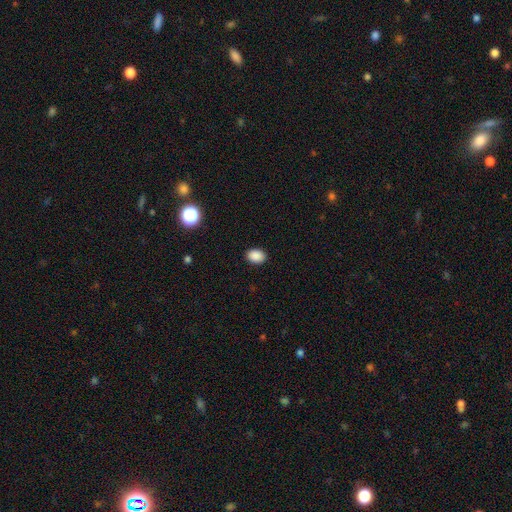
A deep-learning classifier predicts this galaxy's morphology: smooth-or-featured: smooth: 88% | star or artifact: 9% | featured or disk: 3%
  how-rounded: in between: 72% | round: 27% | cigar-shaped: 1%
  merging: none: 90% | minor disturbance: 7% | major disturbance: 2% | merger: 1%